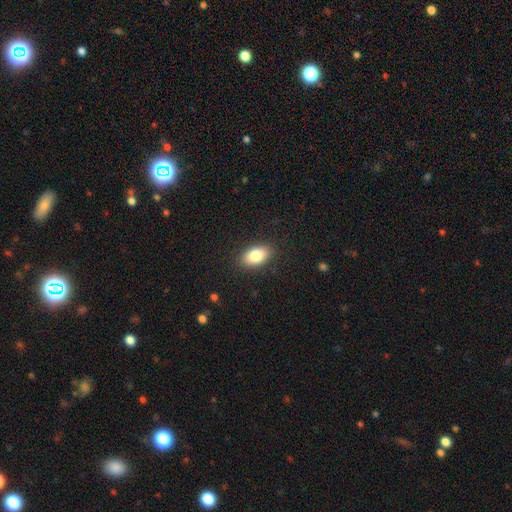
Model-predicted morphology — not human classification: type=smooth (82%); roundness=in between (91%); merging=none (87%).